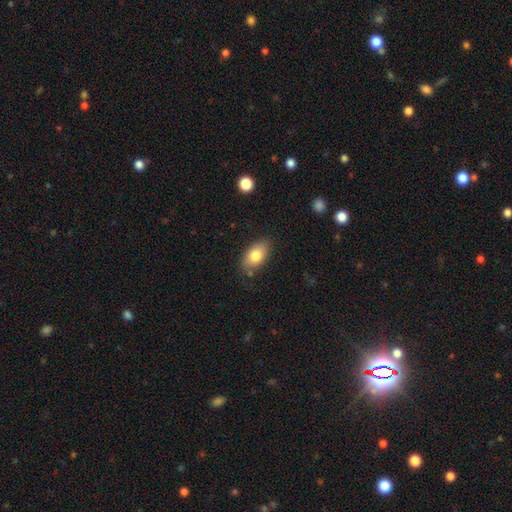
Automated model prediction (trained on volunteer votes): This is likely a smooth galaxy (78%). How rounded: clearly in between (91%). Merging: likely none (77%).